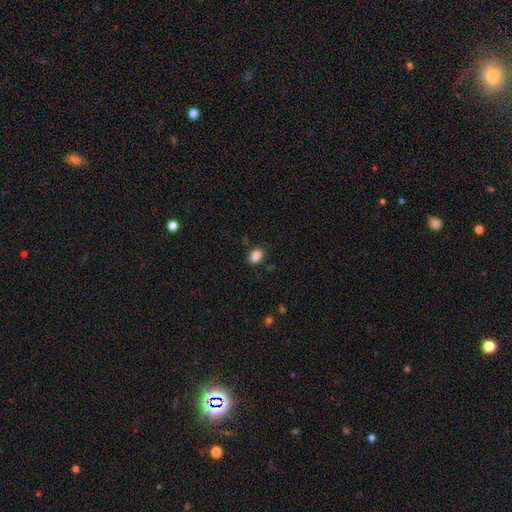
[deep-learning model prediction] Smooth or featured? smooth (87%)
How rounded? in between (65%)
Merging? none (84%)